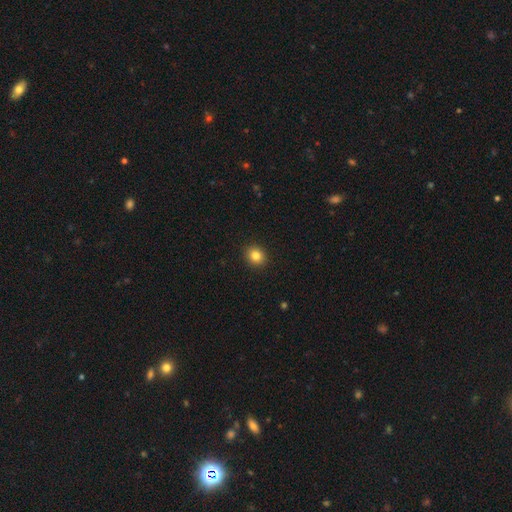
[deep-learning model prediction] Overall: smooth (84%). How rounded: round (78%). Merging: none (92%).